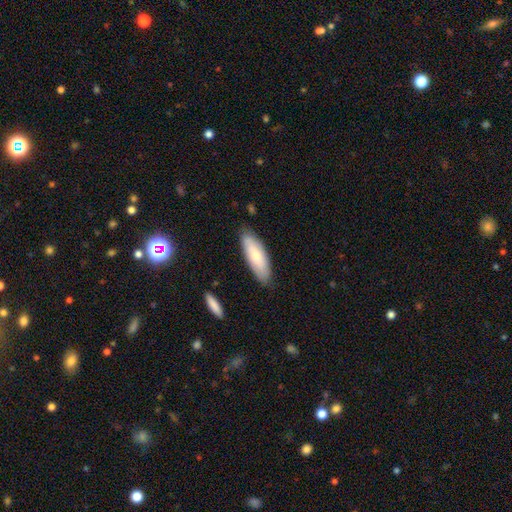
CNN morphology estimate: Overall: smooth (71%). How rounded: in between (63%; cigar-shaped 35%). Merging: none (81%).